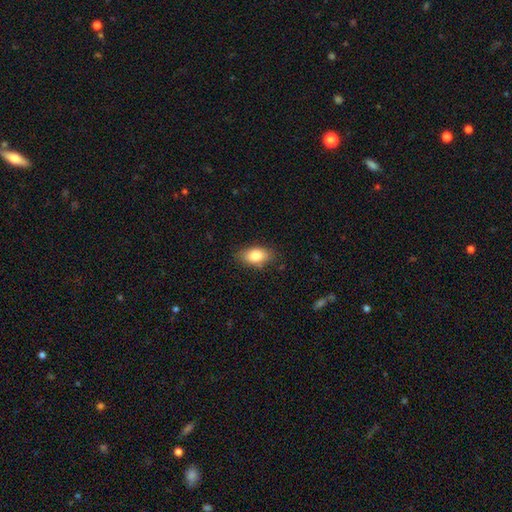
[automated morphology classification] The model was most divided on "merging": none: 81%, minor disturbance: 14%, major disturbance: 3%, merger: 1%. More confident: how rounded — in between (88%); smooth or featured — smooth (84%).